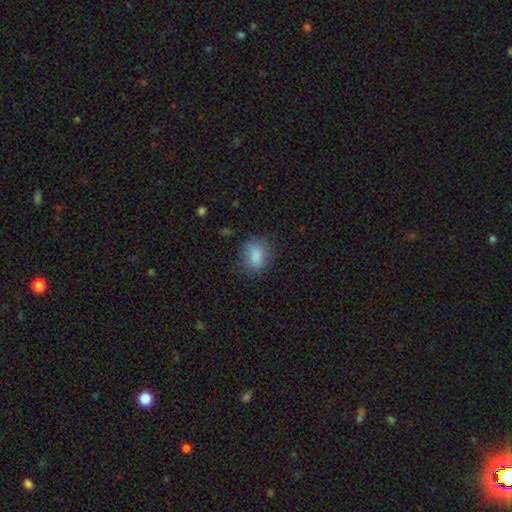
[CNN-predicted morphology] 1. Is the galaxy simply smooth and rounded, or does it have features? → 85% smooth, 9% star or artifact, 6% featured or disk.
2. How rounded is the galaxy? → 58% in between, 41% round, 1% cigar-shaped.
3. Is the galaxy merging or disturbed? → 76% none, 17% minor disturbance, 6% major disturbance, 1% merger.